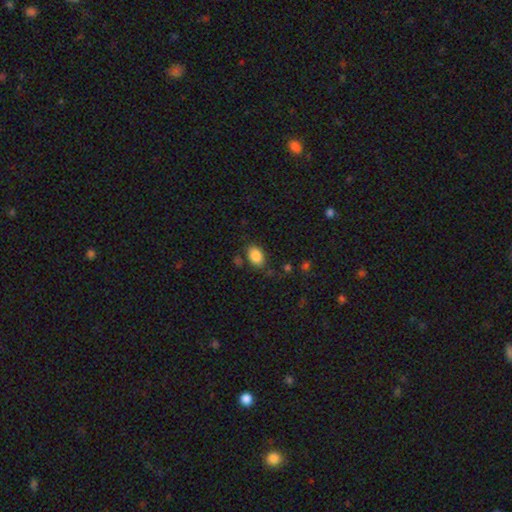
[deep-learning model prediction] Smooth or featured?
  - smooth: 86% *
  - star or artifact: 8%
  - featured or disk: 6%
How rounded?
  - in between: 81% *
  - round: 18%
  - cigar-shaped: 1%
Merging?
  - none: 76% *
  - minor disturbance: 15%
  - major disturbance: 5%
  - merger: 4%